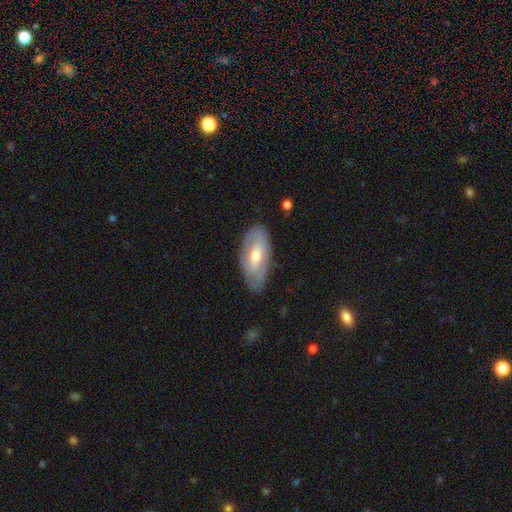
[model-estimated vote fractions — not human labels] A featured or disk galaxy (57%). Merging: none (76%).